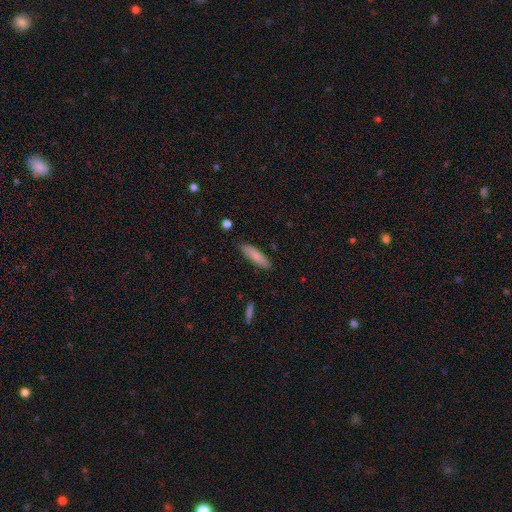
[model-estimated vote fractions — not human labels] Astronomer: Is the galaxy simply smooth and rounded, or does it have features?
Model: smooth — 81%.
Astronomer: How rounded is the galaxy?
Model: cigar-shaped — 64%.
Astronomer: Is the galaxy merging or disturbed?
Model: none — 86%.